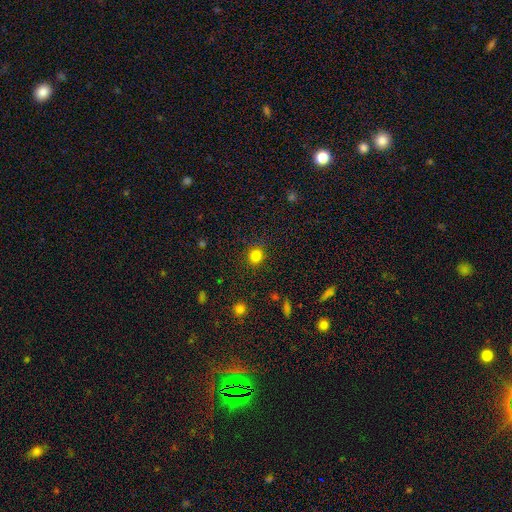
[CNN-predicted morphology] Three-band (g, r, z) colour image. It shows a smooth galaxy with no disk features (82%) that is round (79%). Merging: none (89%).